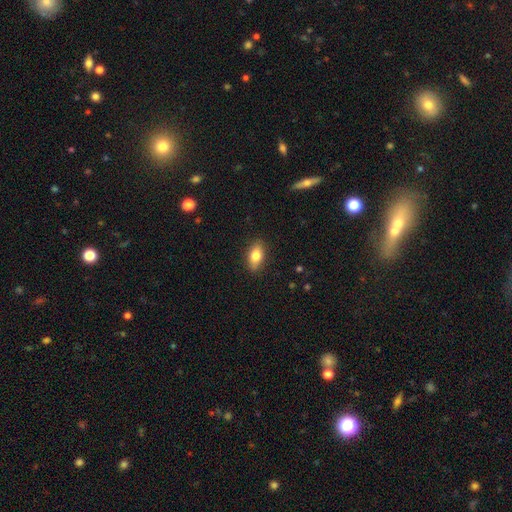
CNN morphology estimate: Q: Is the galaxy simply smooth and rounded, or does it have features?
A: smooth — 78%.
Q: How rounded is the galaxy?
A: in between — 86%.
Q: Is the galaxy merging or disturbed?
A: none — 86%.